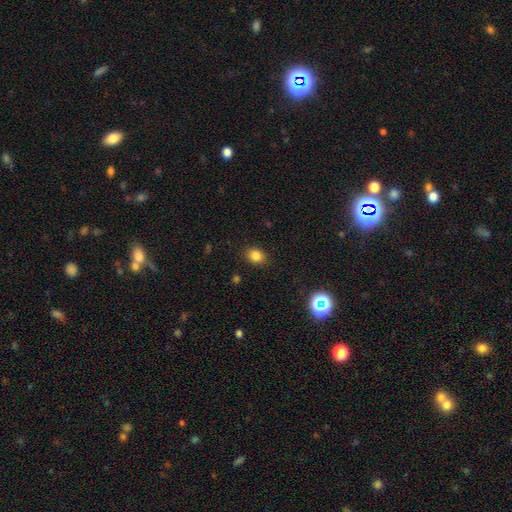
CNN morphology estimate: smooth 83%, star or artifact 12%, featured or disk 5%. Down the decision tree: how rounded — round (53%); merging — none (88%).